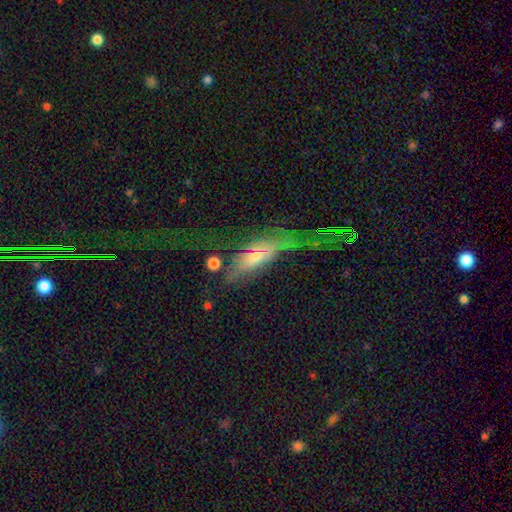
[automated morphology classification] A smooth galaxy with no disk features (44%, tied with featured or disk).

Vote fractions:
- Smooth or featured? smooth: 44% (tied) / featured or disk: 44% (tied) / star or artifact: 12%
- Merging? none: 40% / major disturbance: 28% / minor disturbance: 26% / merger: 6%